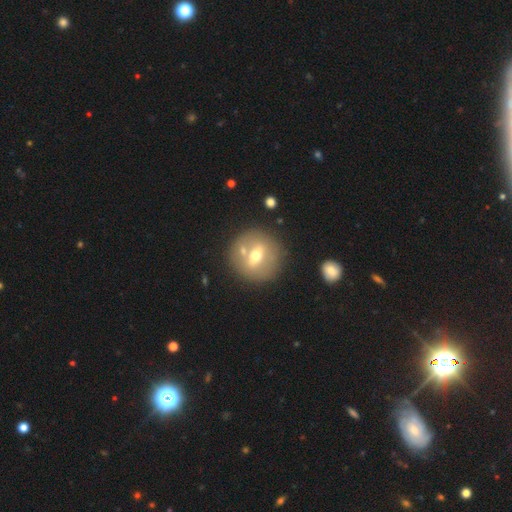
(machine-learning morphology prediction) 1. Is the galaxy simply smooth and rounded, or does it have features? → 46% smooth, 44% featured or disk, 10% star or artifact.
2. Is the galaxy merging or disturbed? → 74% none, 13% merger, 10% minor disturbance, 3% major disturbance.